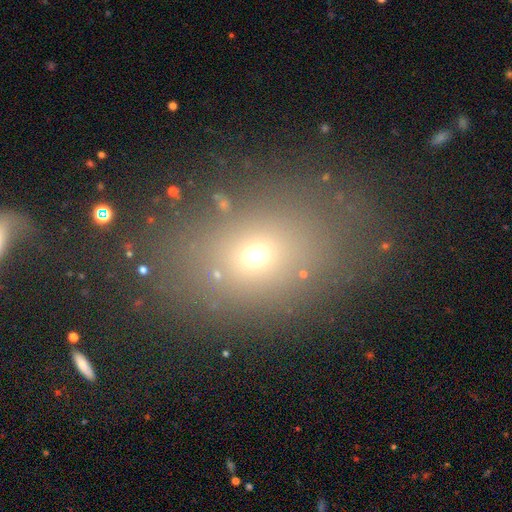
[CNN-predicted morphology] smooth-or-featured: smooth: 63% | star or artifact: 24% | featured or disk: 13%
  how-rounded: in between: 65% | round: 33% | cigar-shaped: 2%
  merging: none: 80% | minor disturbance: 11% | major disturbance: 6% | merger: 3%